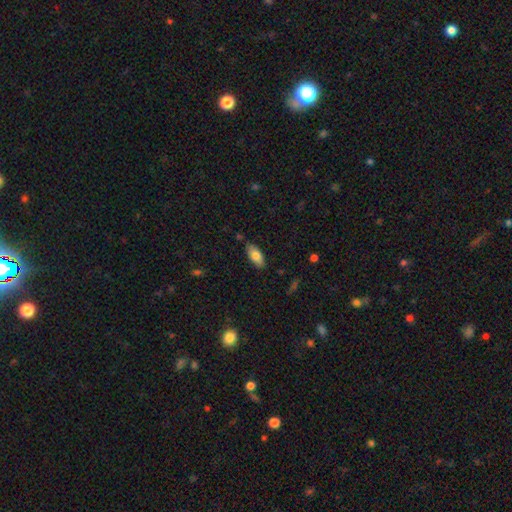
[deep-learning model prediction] smooth_or_featured: smooth (p=0.79) [alt: featured or disk p=0.14]
how_rounded: in between (p=0.89) [alt: cigar-shaped p=0.09]
merging: none (p=0.84) [alt: minor disturbance p=0.12]